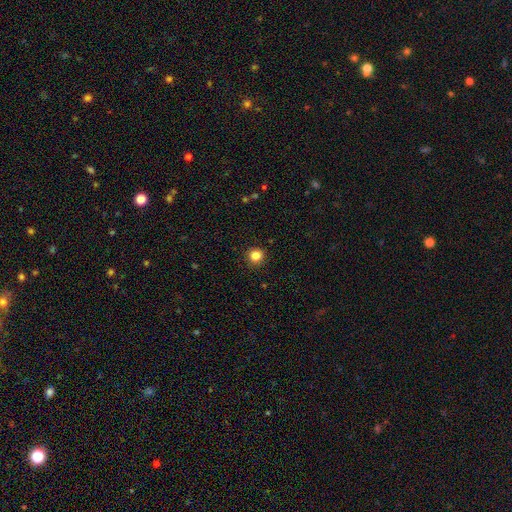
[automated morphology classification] Q: Smooth or featured?
A: smooth (84%); runner-up: star or artifact (12%)
Q: How rounded?
A: round (94%); runner-up: in between (5%)
Q: Merging?
A: none (92%); runner-up: minor disturbance (5%)